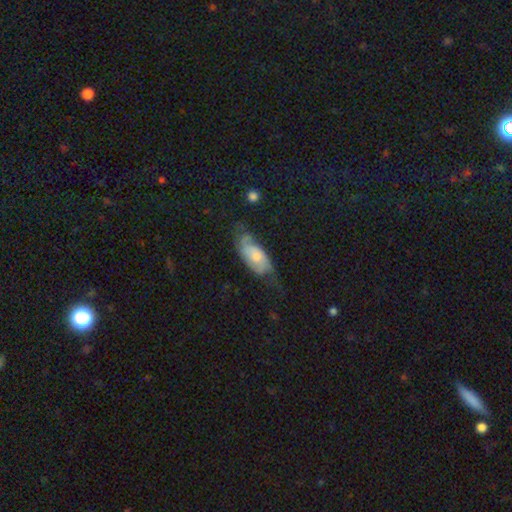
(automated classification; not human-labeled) Q: Smooth or featured?
A: featured or disk (53%); runner-up: smooth (39%)
Q: Edge-on disk?
A: no (89%); runner-up: yes (11%)
Q: Merging?
A: none (50%); runner-up: minor disturbance (30%)